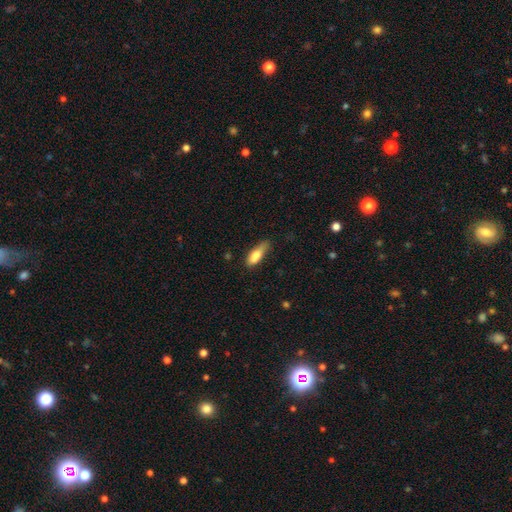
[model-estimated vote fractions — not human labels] Smooth or featured? smooth (79%)
How rounded? in between (58%)
Merging? none (53%)